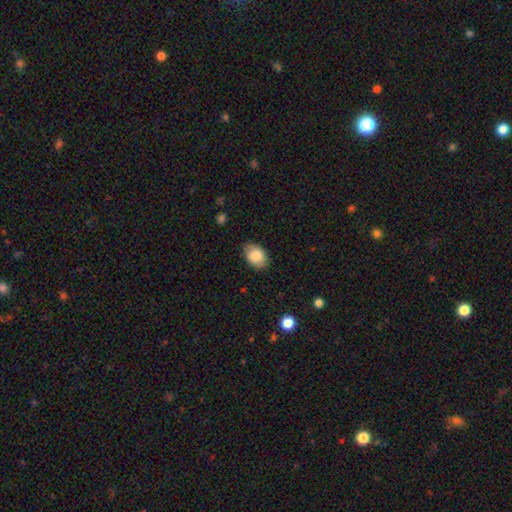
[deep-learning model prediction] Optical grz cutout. It shows a smooth galaxy with no disk features (84%) that is in between round and cigar-shaped (85%). Merging: none (85%).